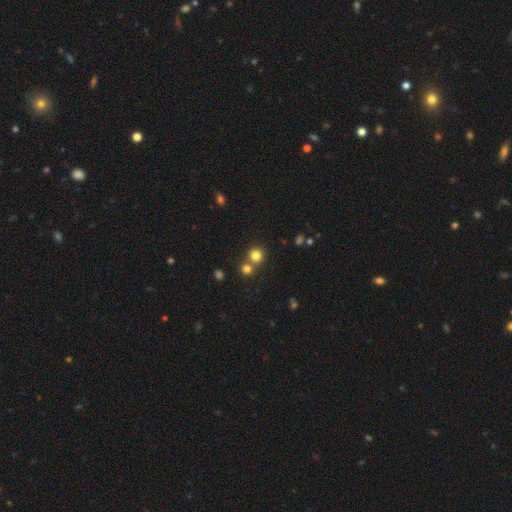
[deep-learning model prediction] Smooth or featured? smooth (80%)
How rounded? round (90%)
Merging? none (64%)